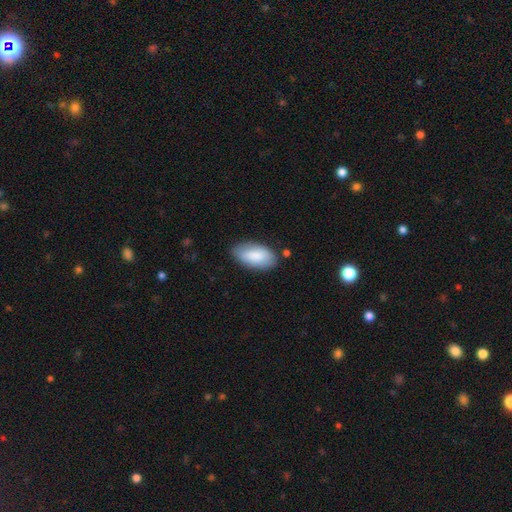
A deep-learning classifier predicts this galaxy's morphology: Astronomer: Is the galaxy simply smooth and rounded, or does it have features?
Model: smooth — 85%.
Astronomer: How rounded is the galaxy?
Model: in between — 95%.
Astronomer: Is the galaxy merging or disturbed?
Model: none — 78%.